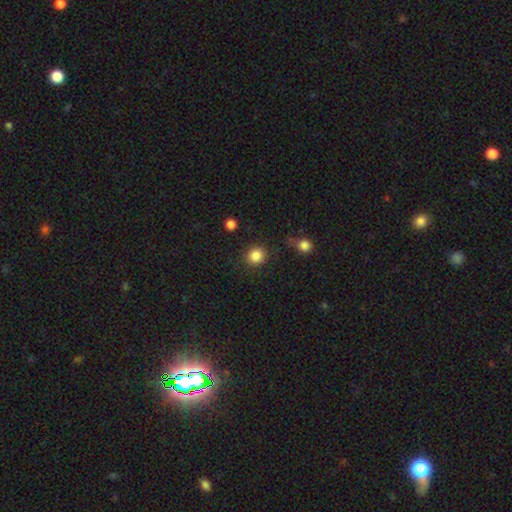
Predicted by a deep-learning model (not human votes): Smooth or featured?
  - smooth: 86% *
  - star or artifact: 11%
  - featured or disk: 4%
How rounded?
  - round: 88% *
  - in between: 11%
  - cigar-shaped: 1%
Merging?
  - none: 84% *
  - minor disturbance: 9%
  - major disturbance: 4%
  - merger: 3%